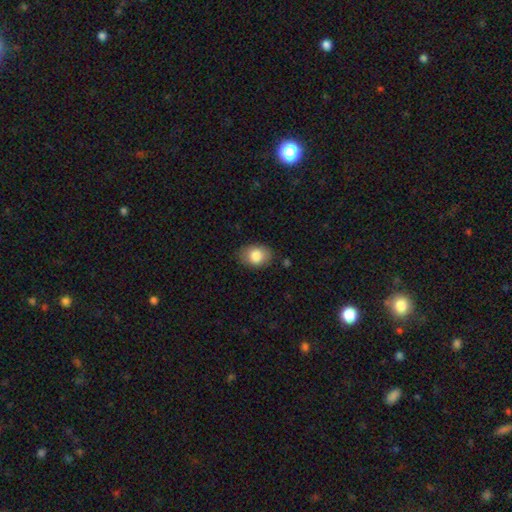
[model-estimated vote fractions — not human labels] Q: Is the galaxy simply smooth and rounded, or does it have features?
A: smooth — 83%.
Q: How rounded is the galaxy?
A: in between — 71%.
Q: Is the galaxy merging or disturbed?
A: none — 79%.